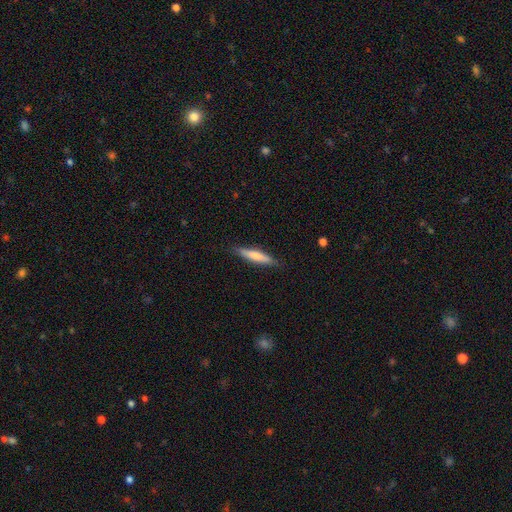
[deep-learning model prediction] This appears to be a smooth galaxy with no disk features (64%) that is cigar-shaped (86%). Merging: none (87%).